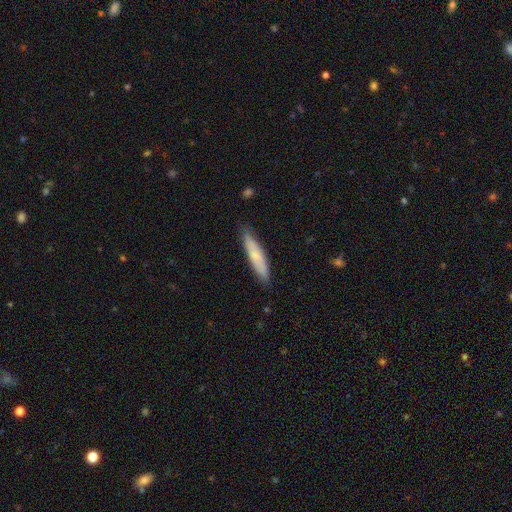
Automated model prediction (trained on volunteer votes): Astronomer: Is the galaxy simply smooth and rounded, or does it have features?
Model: smooth — 68%.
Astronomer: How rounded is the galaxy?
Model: cigar-shaped — 82%.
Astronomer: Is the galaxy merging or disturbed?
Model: none — 81%.